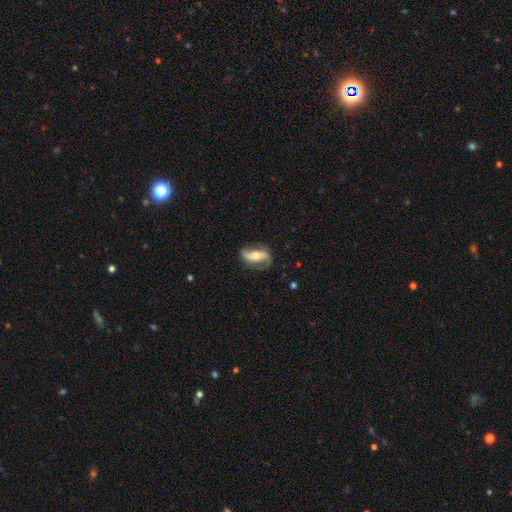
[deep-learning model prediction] A featured or disk galaxy (75%) with a strong bar (41%), 2 (89%) loose (63%) spiral arms (88%) and a moderate central bulge (63%).

Vote fractions:
- Smooth or featured? featured or disk: 75% / smooth: 19% / star or artifact: 6%
- Edge-on disk? no: 88% / yes: 12%
- Bar? strong: 41% / no: 34% / weak: 25%
- Spiral arms? yes: 88% / no: 12%
- Spiral winding? loose: 63% / medium: 25% / tight: 12%
- Spiral arm count? 2: 89% / can't tell: 4% / 1: 4% / 3: 1% / 4: 1% / more than 4: 1%
- Bulge size? moderate: 63% / small: 29% / large: 6% / none: 2% / dominant: 1%
- Merging? none: 73% / minor disturbance: 18% / major disturbance: 8% / merger: 2%